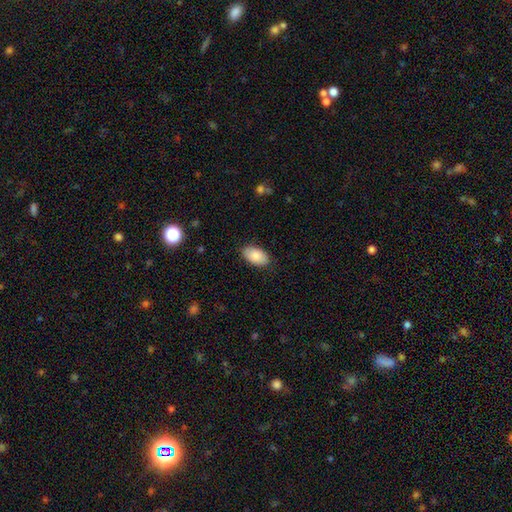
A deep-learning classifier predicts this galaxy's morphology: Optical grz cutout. It shows a smooth galaxy with no disk features (85%) that is in between round and cigar-shaped (95%). Merging: none (86%).